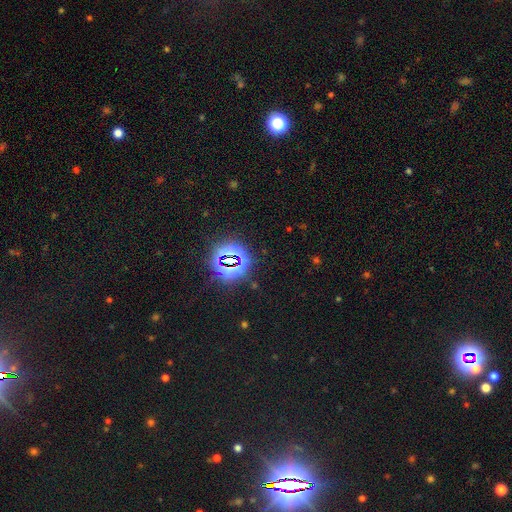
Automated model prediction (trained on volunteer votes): Q: Smooth or featured?
A: star or artifact (80%); runner-up: smooth (12%)